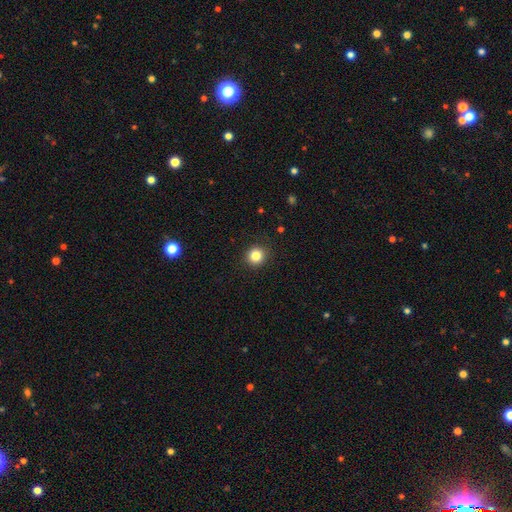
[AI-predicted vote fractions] A smooth galaxy with no disk features (84%) that is round (91%). Merging: none (91%).